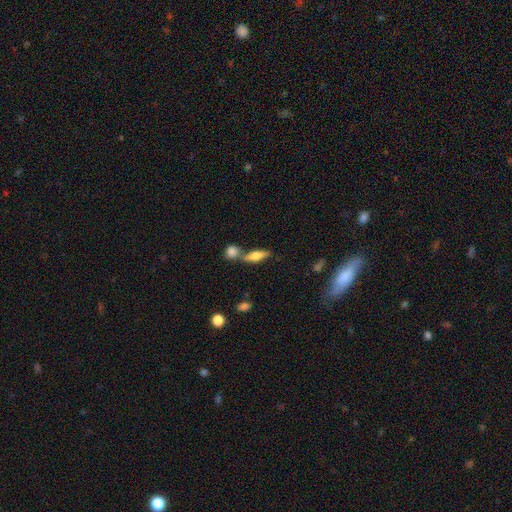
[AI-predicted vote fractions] smooth_or_featured: smooth (p=0.53) [alt: featured or disk p=0.39]
how_rounded: cigar-shaped (p=0.48) [alt: in between p=0.47]
merging: none (p=0.54) [alt: merger p=0.31]